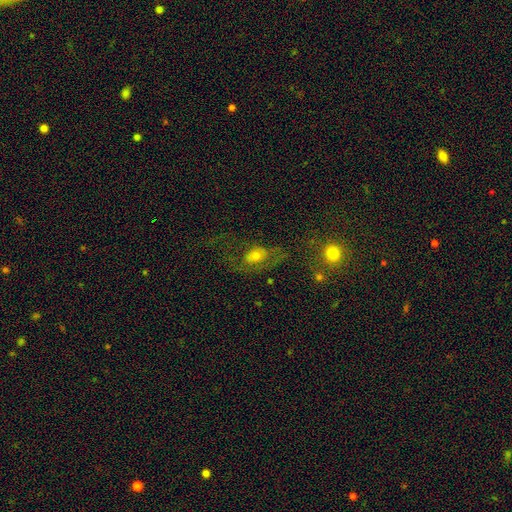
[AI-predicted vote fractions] Smooth or featured?
  - featured or disk: 45% *
  - smooth: 40%
  - star or artifact: 15%
Merging?
  - none: 41% *
  - major disturbance: 35%
  - minor disturbance: 19%
  - merger: 5%